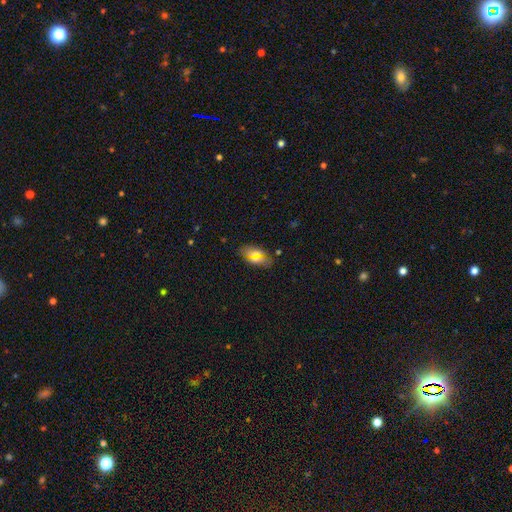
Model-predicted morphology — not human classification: Smooth or featured? smooth (66%)
How rounded? in between (88%)
Merging? none (84%)